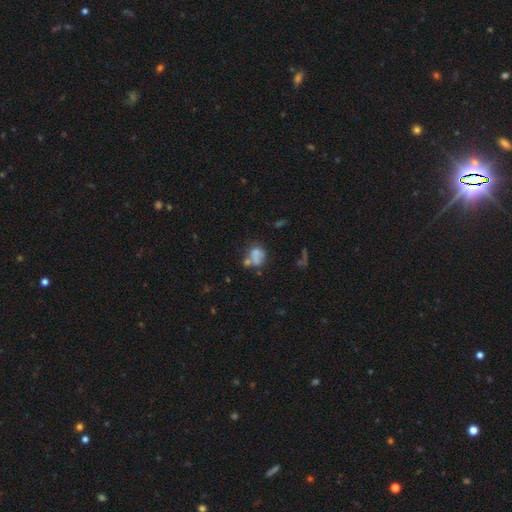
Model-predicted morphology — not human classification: Overall: smooth (65%). How rounded: in between (51%; round 47%). Merging: merger (37%; none 32%).